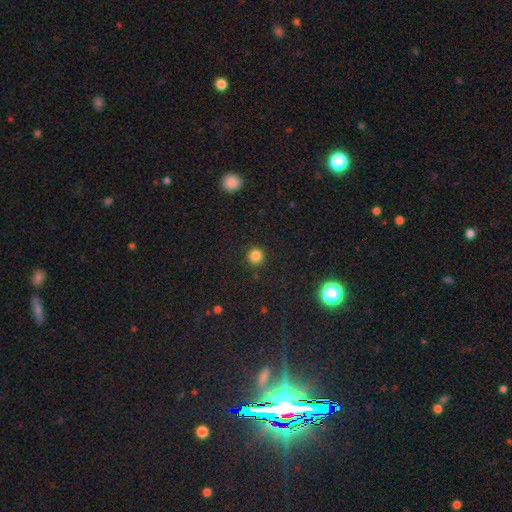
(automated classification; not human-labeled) Morphology: type=smooth (84%); roundness=round (95%); merging=none (91%).